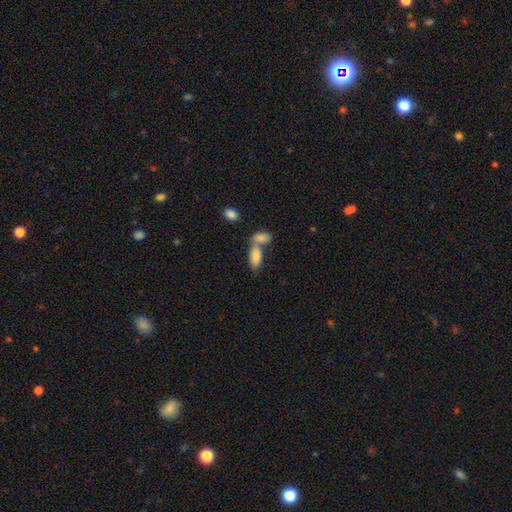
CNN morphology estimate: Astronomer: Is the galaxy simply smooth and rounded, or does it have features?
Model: smooth — 83%.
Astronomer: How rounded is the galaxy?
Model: in between — 89%.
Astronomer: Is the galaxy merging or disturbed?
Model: merger — 57%.